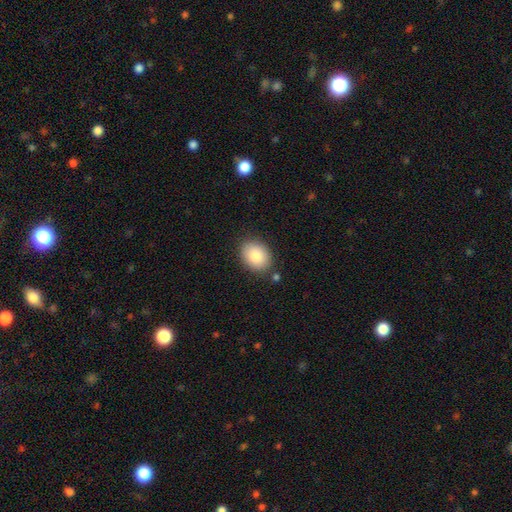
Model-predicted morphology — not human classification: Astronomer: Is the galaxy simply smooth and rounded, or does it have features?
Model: smooth — 85%.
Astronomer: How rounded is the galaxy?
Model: in between — 64%.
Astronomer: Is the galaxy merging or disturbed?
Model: none — 84%.